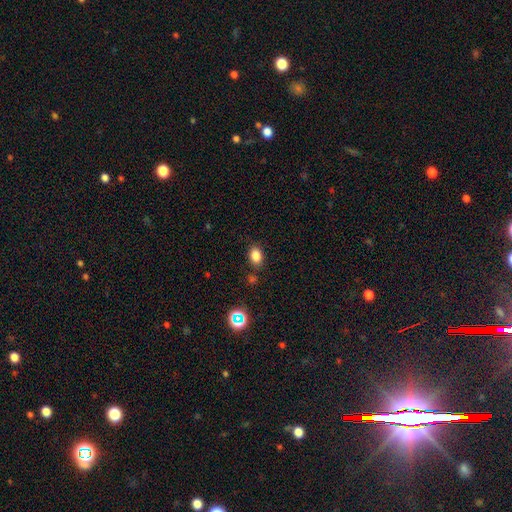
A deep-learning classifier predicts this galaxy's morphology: Smooth or featured? smooth (82%)
How rounded? in between (81%)
Merging? none (80%)